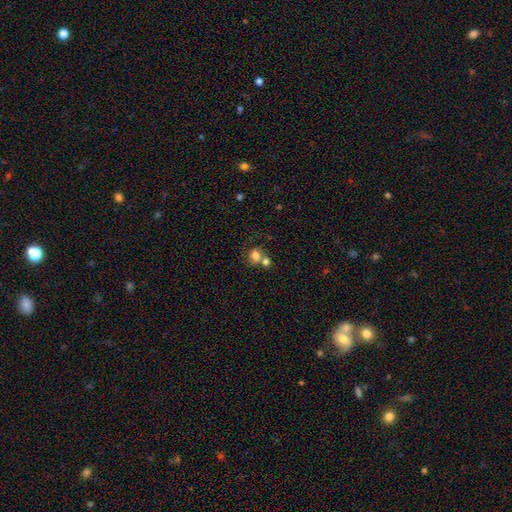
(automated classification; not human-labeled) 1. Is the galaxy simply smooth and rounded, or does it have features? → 76% smooth, 13% featured or disk, 11% star or artifact.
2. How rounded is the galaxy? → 56% round, 43% in between, 1% cigar-shaped.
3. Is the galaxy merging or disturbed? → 51% merger, 32% none, 10% minor disturbance, 7% major disturbance.